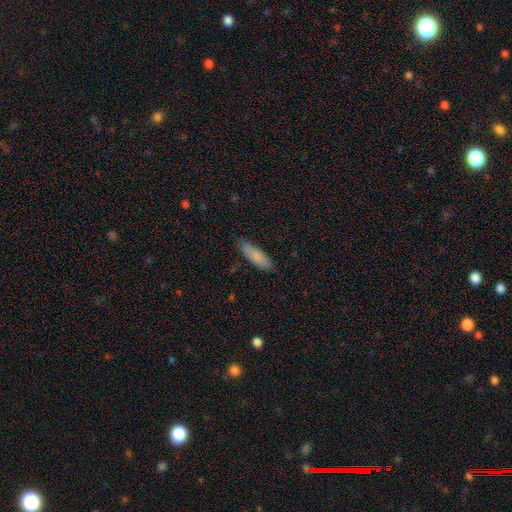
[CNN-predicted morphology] type=smooth (82%); roundness=in between (51%); merging=none (79%).